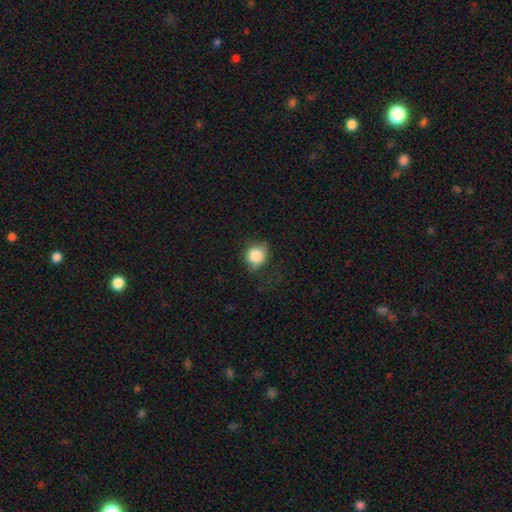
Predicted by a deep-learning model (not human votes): smooth_or_featured: smooth (p=0.84) [alt: star or artifact p=0.09]
how_rounded: round (p=0.75) [alt: in between p=0.23]
merging: none (p=0.61) [alt: minor disturbance p=0.27]